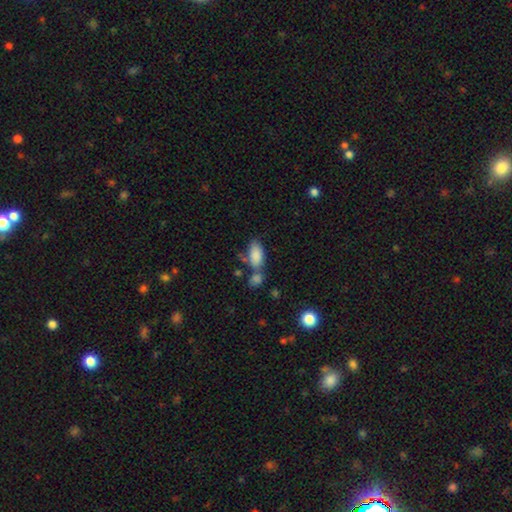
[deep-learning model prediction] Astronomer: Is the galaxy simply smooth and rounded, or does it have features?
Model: smooth — 85%.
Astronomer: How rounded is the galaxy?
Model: in between — 91%.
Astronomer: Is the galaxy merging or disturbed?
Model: none — 46% (runner-up: merger, 31%).